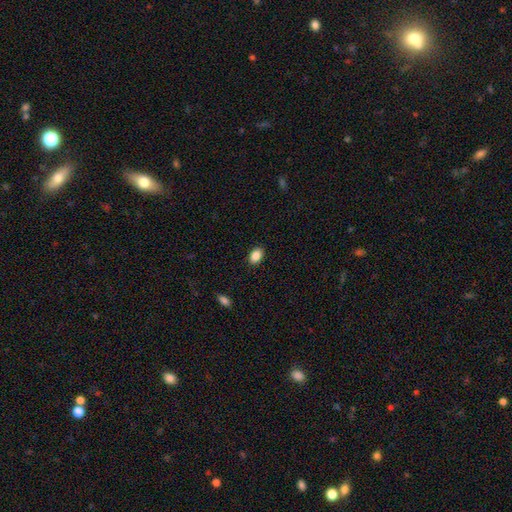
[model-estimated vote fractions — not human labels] A smooth galaxy with no disk features (88%) that is in between round and cigar-shaped (84%).

Vote fractions:
- Smooth or featured? smooth: 88% / star or artifact: 8% / featured or disk: 4%
- How rounded? in between: 84% / round: 15% / cigar-shaped: 1%
- Merging? none: 89% / minor disturbance: 8% / major disturbance: 2% / merger: 1%